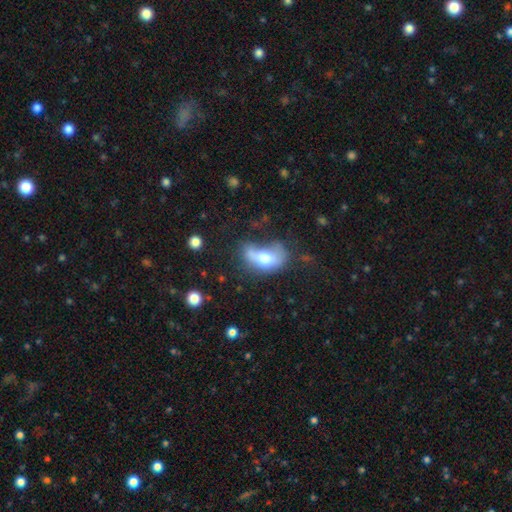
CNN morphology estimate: This appears to be a smooth galaxy with no disk features (57%) that is in between round and cigar-shaped (82%). Merging: none (36%).